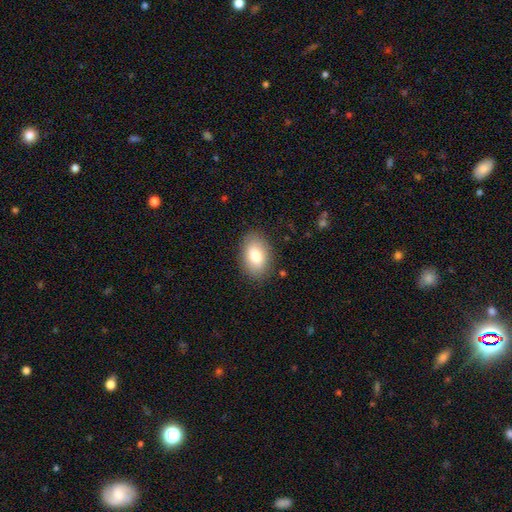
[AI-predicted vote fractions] smooth 80%, featured or disk 13%, star or artifact 7%. Down the decision tree: how rounded — in between (89%); merging — none (85%).